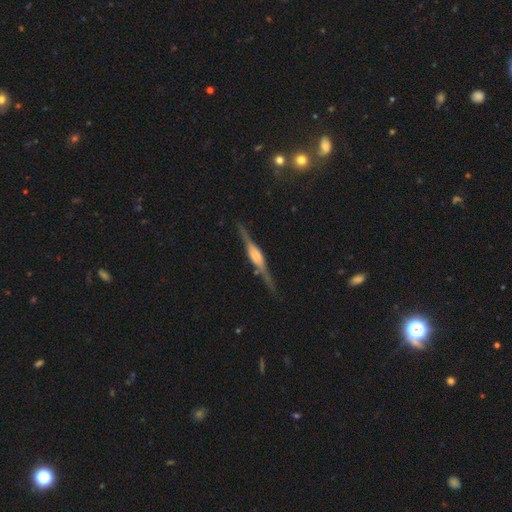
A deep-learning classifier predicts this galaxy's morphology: smooth-or-featured: featured or disk: 83% | smooth: 12% | star or artifact: 5%
  disk-edge-on: yes: 98% | no: 2%
    edge-on-bulge: rounded: 63% | boxy: 33% | none: 4%
  merging: none: 86% | minor disturbance: 10% | major disturbance: 2% | merger: 2%